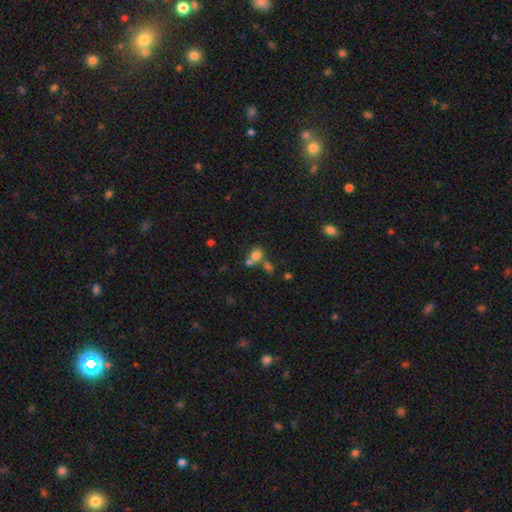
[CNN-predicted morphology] Smooth or featured?
  - smooth: 73% *
  - star or artifact: 15%
  - featured or disk: 12%
How rounded?
  - round: 72% *
  - in between: 27%
  - cigar-shaped: 1%
Merging?
  - merger: 44% *
  - none: 41%
  - minor disturbance: 9%
  - major disturbance: 5%